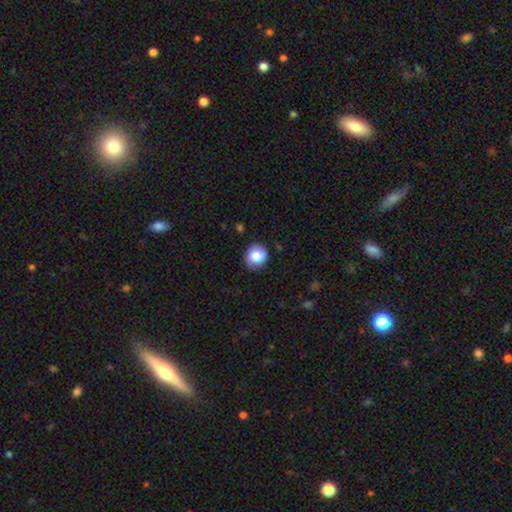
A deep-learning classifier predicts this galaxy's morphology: smooth-or-featured: smooth: 76% | featured or disk: 15% | star or artifact: 9%
  how-rounded: round: 80% | in between: 19% | cigar-shaped: 1%
  merging: none: 79% | minor disturbance: 16% | major disturbance: 3% | merger: 1%